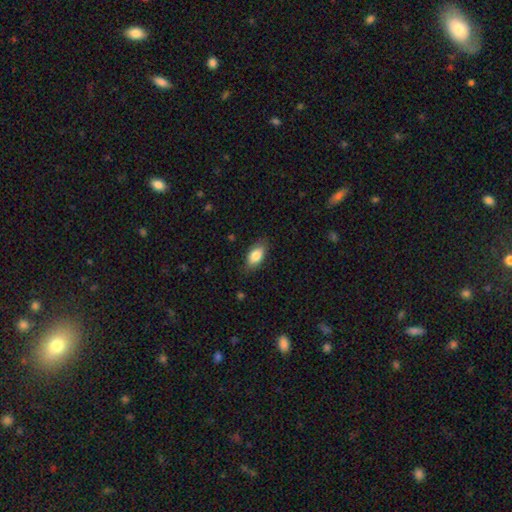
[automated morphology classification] Q: Smooth or featured?
A: smooth (83%); runner-up: featured or disk (10%)
Q: How rounded?
A: in between (90%); runner-up: cigar-shaped (5%)
Q: Merging?
A: none (84%); runner-up: minor disturbance (13%)